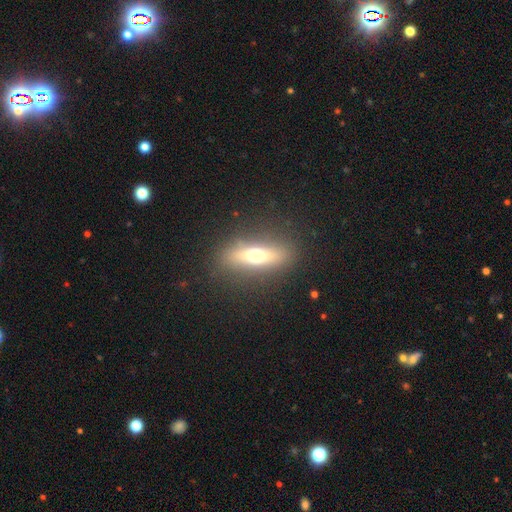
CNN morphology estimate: Overall: smooth (49%; featured or disk 41%). Merging: none (86%).